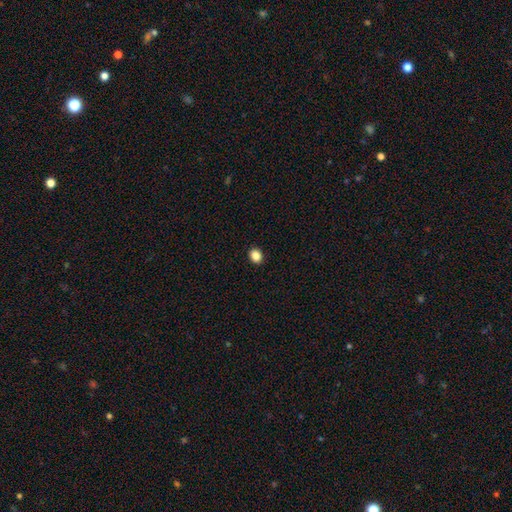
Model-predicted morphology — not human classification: Smooth or featured? smooth (86%)
How rounded? round (56%)
Merging? none (92%)